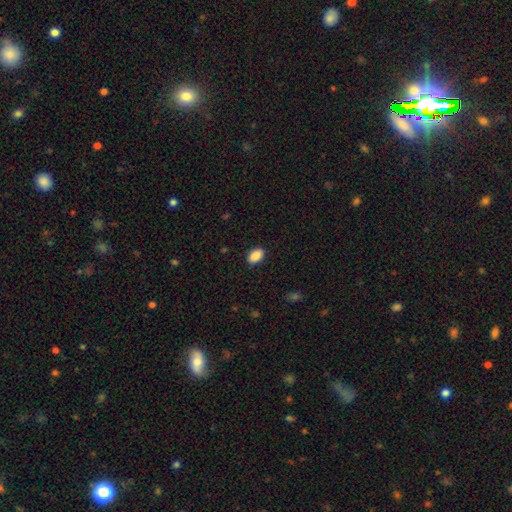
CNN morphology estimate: This is clearly a smooth galaxy (90%). How rounded: clearly in between (88%). Merging: clearly none (89%).